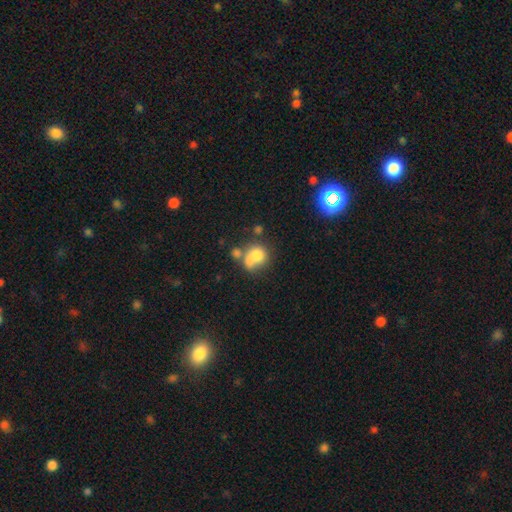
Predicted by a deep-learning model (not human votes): The model was most divided on "merging": merger: 45%, none: 31%, minor disturbance: 13%, major disturbance: 11%. More confident: smooth or featured — smooth (72%); how rounded — round (72%).